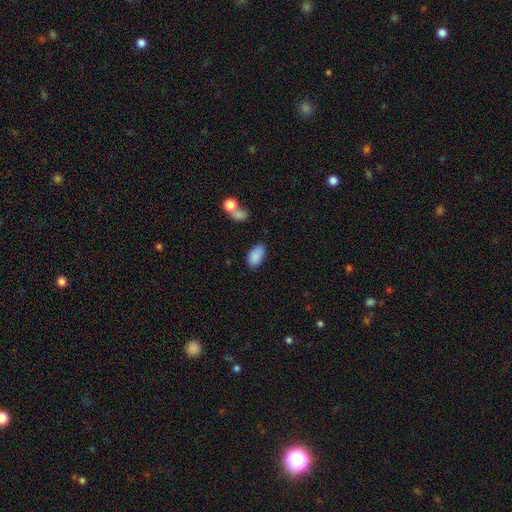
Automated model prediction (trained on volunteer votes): A smooth galaxy with no disk features (88%) that is in between round and cigar-shaped (94%).

Vote fractions:
- Smooth or featured? smooth: 88% / star or artifact: 8% / featured or disk: 4%
- How rounded? in between: 94% / round: 4% / cigar-shaped: 2%
- Merging? none: 74% / minor disturbance: 16% / merger: 5% / major disturbance: 4%